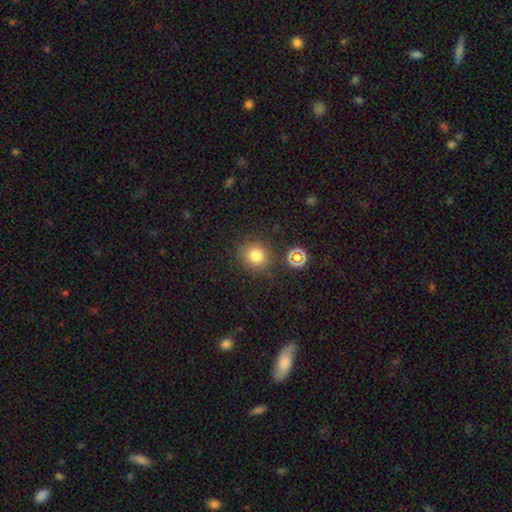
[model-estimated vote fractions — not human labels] A smooth galaxy with no disk features (78%) that is round (89%).

Vote fractions:
- Smooth or featured? smooth: 78% / star or artifact: 16% / featured or disk: 6%
- How rounded? round: 89% / in between: 10% / cigar-shaped: 1%
- Merging? none: 84% / minor disturbance: 9% / merger: 4% / major disturbance: 3%